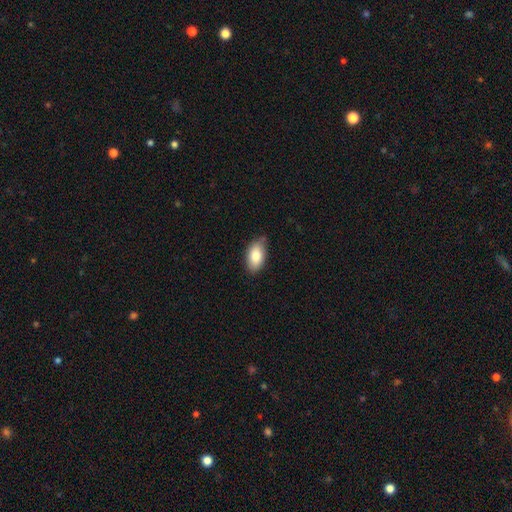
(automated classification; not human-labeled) Smooth or featured?
  - smooth: 84% *
  - featured or disk: 10%
  - star or artifact: 7%
How rounded?
  - in between: 93% *
  - round: 5%
  - cigar-shaped: 2%
Merging?
  - none: 71% *
  - minor disturbance: 24%
  - major disturbance: 3%
  - merger: 2%